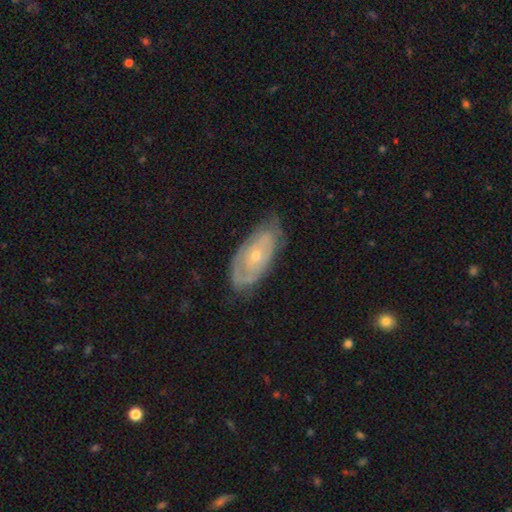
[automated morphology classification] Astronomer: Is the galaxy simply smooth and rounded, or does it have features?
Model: featured or disk — 68%.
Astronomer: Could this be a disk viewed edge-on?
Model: no — 90%.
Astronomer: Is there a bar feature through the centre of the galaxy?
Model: no — 83%.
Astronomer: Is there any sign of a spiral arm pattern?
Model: yes — 63%.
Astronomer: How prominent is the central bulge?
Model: small — 62%.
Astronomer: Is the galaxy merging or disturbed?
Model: none — 67%.